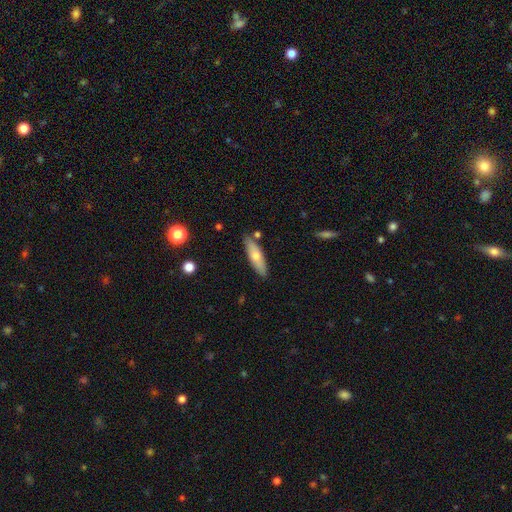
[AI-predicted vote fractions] Smooth or featured?
  - smooth: 62% *
  - featured or disk: 32%
  - star or artifact: 7%
How rounded?
  - cigar-shaped: 60% *
  - in between: 38%
  - round: 2%
Merging?
  - none: 83% *
  - minor disturbance: 11%
  - merger: 4%
  - major disturbance: 2%